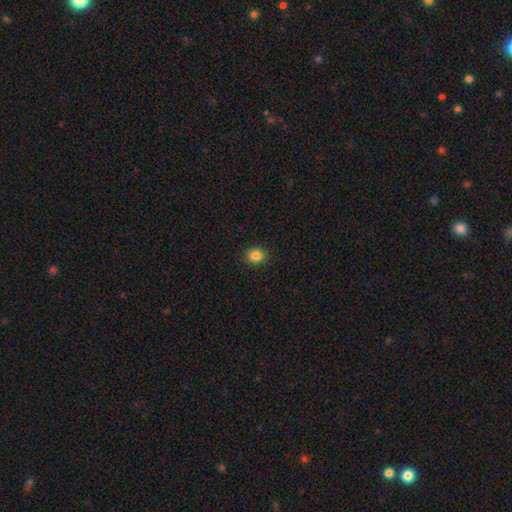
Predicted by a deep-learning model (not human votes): A smooth galaxy with no disk features (85%) that is round (59%).

Vote fractions:
- Smooth or featured? smooth: 85% / star or artifact: 11% / featured or disk: 4%
- How rounded? round: 59% / in between: 40% / cigar-shaped: 1%
- Merging? none: 90% / minor disturbance: 7% / major disturbance: 2% / merger: 1%